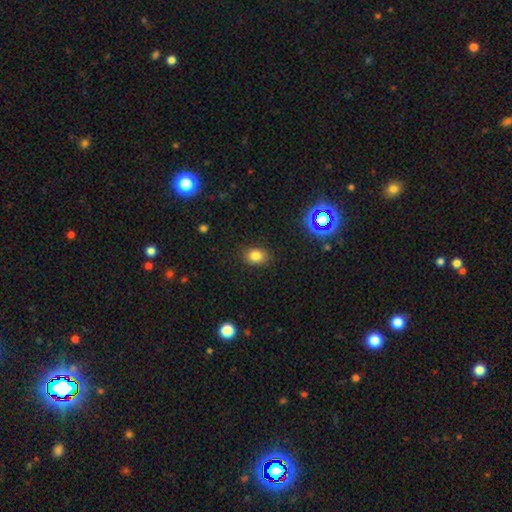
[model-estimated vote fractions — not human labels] Overall: smooth (80%). How rounded: in between (66%; round 33%). Merging: none (86%).